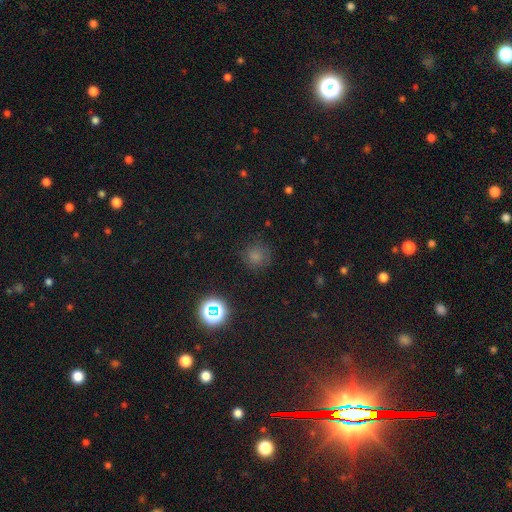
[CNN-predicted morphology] type=smooth (70%); roundness=round (91%); merging=none (80%).